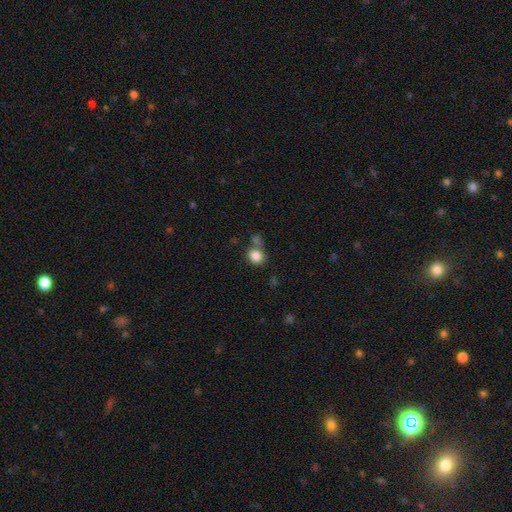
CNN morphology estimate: A smooth galaxy with no disk features (84%) that is round (81%).

Vote fractions:
- Smooth or featured? smooth: 84% / star or artifact: 10% / featured or disk: 6%
- How rounded? round: 81% / in between: 18% / cigar-shaped: 1%
- Merging? none: 62% / merger: 23% / minor disturbance: 11% / major disturbance: 4%